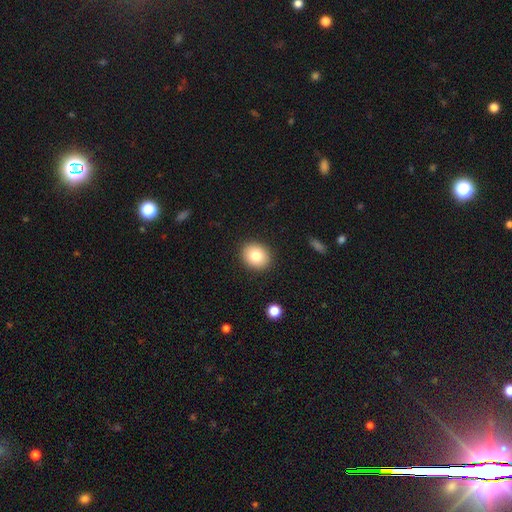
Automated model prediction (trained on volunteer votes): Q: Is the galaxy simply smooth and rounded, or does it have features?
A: smooth — 81%.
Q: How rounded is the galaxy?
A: round — 68%.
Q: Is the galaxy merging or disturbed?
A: none — 90%.